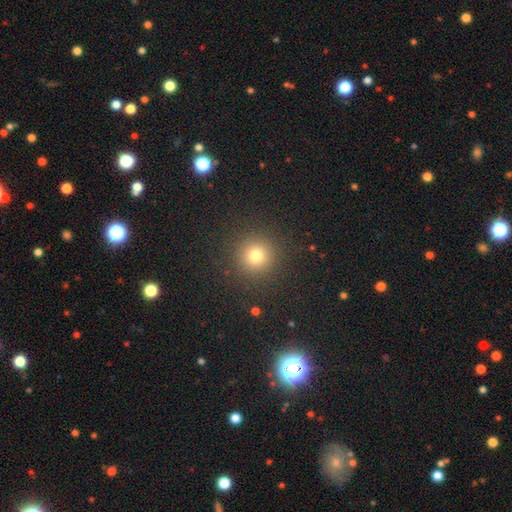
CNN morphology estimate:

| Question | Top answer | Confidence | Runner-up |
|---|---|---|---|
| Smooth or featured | smooth | 75% | star or artifact (17%) |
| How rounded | round | 95% | in between (4%) |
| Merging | none | 90% | minor disturbance (6%) |